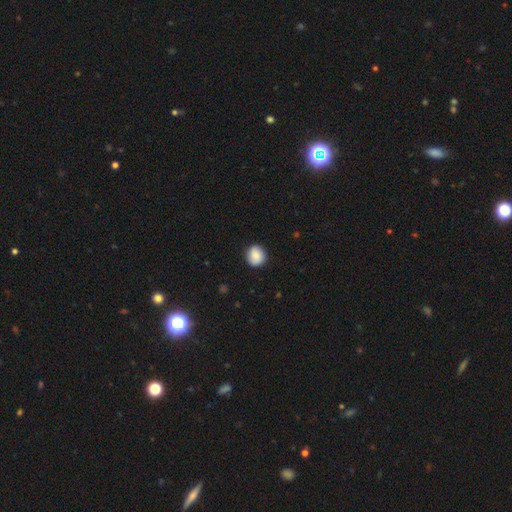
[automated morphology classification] Q: Smooth or featured?
A: smooth (87%); runner-up: star or artifact (8%)
Q: How rounded?
A: round (84%); runner-up: in between (15%)
Q: Merging?
A: none (89%); runner-up: minor disturbance (8%)